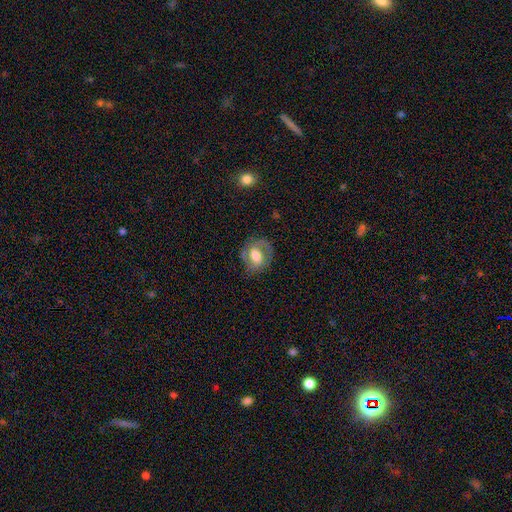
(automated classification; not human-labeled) A featured or disk galaxy (52%) with no bar (44%), spiral arms (70%) and a moderate central bulge (48%).

Vote fractions:
- Smooth or featured? featured or disk: 52% / smooth: 40% / star or artifact: 8%
- Edge-on disk? no: 96% / yes: 4%
- Bar? no: 44% / weak: 40% / strong: 16%
- Spiral arms? yes: 70% / no: 30%
- Bulge size? moderate: 48% / large: 37% / small: 9% / dominant: 3% / none: 3%
- Merging? none: 70% / minor disturbance: 19% / major disturbance: 10% / merger: 1%